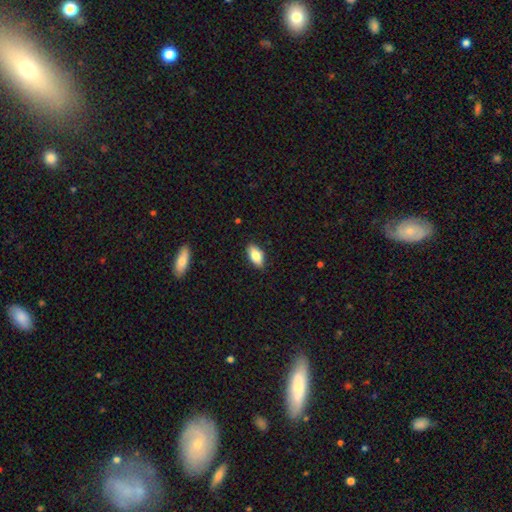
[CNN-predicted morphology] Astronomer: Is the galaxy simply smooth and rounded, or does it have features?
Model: smooth — 81%.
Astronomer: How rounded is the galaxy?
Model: in between — 90%.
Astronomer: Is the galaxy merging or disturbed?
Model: none — 87%.